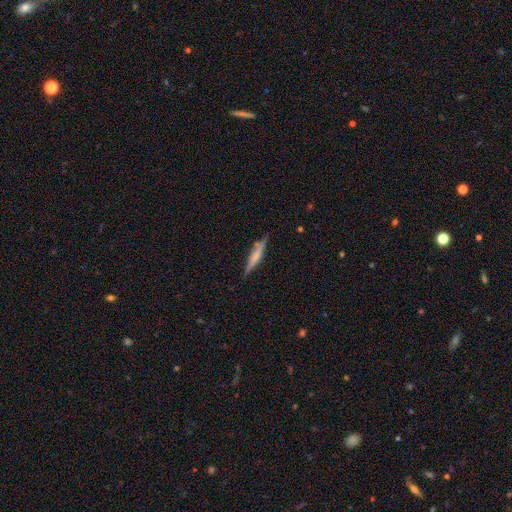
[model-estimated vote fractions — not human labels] This is possibly a featured or disk galaxy (53%). It is clearly viewed edge-on (96%). Edge-on bulge: marginally rounded (40%). Merging: clearly none (84%).